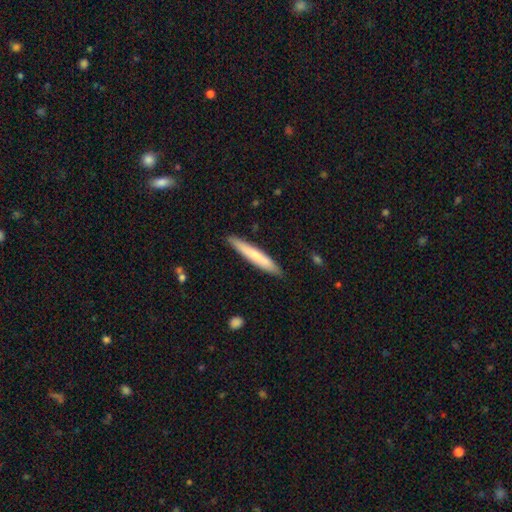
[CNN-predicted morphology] smooth-or-featured: smooth: 69% | featured or disk: 25% | star or artifact: 5%
  how-rounded: cigar-shaped: 95% | in between: 4% | round: 1%
  merging: none: 89% | minor disturbance: 8% | major disturbance: 1% | merger: 1%